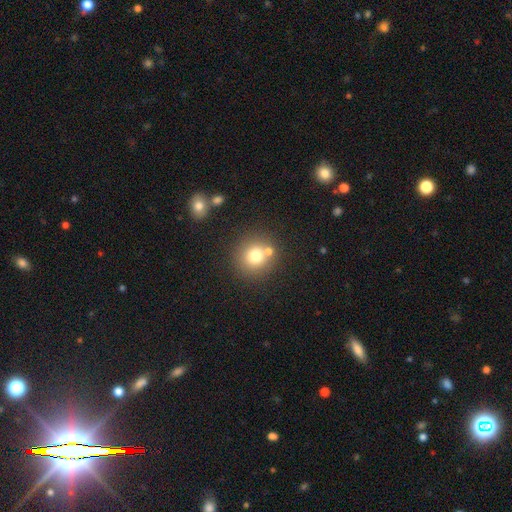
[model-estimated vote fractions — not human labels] Q: Smooth or featured?
A: smooth (74%); runner-up: featured or disk (13%)
Q: How rounded?
A: round (91%); runner-up: in between (8%)
Q: Merging?
A: none (70%); runner-up: merger (18%)